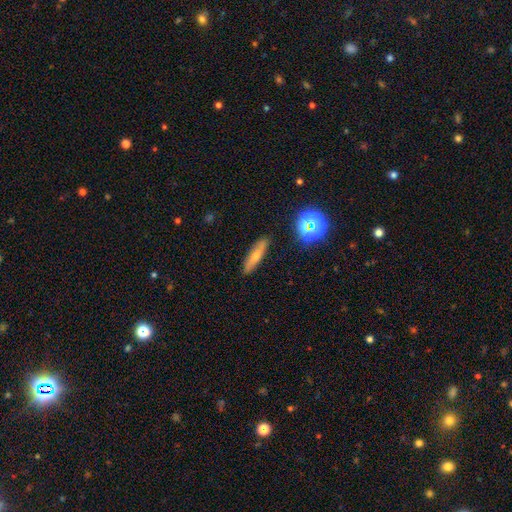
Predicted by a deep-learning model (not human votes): Q: Smooth or featured?
A: smooth (56%); runner-up: featured or disk (33%)
Q: How rounded?
A: cigar-shaped (73%); runner-up: in between (22%)
Q: Merging?
A: none (85%); runner-up: minor disturbance (11%)